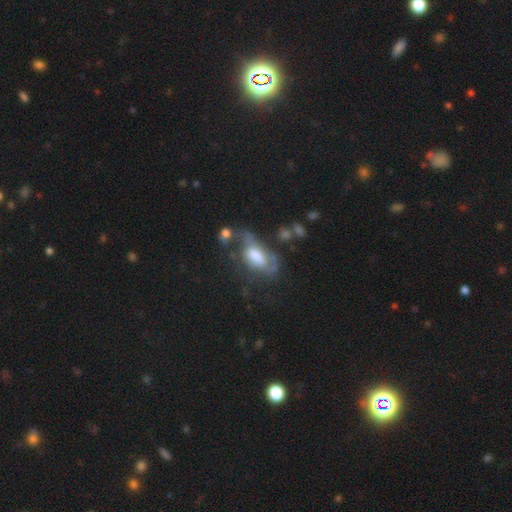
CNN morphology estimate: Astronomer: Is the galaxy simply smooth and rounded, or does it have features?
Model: featured or disk — 57% (runner-up: smooth, 35%).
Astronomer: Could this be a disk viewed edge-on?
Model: no — 90%.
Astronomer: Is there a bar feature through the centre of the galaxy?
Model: no — 53% (runner-up: weak, 35%).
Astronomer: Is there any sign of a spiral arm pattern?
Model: yes — 67%.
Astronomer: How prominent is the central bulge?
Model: large — 44% (runner-up: moderate, 37%).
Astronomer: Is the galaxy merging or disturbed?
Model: major disturbance — 33% (runner-up: none, 31%).